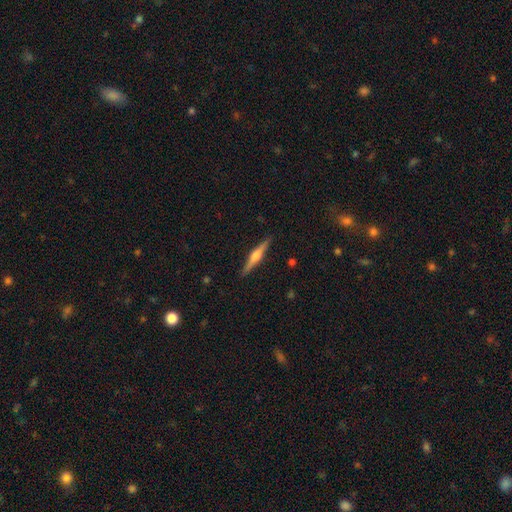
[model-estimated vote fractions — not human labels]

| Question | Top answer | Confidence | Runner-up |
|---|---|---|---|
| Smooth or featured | featured or disk | 68% | smooth (26%) |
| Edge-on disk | yes | 98% | no (2%) |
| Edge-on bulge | rounded | 89% | boxy (7%) |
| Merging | none | 90% | minor disturbance (7%) |